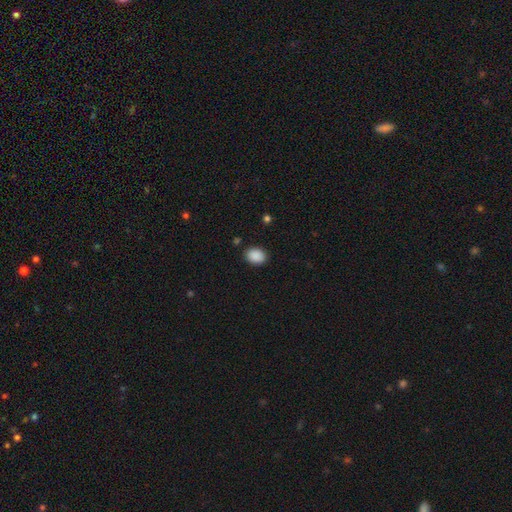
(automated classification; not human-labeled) A smooth galaxy with no disk features (90%) that is in between round and cigar-shaped (67%). Merging: none (87%).